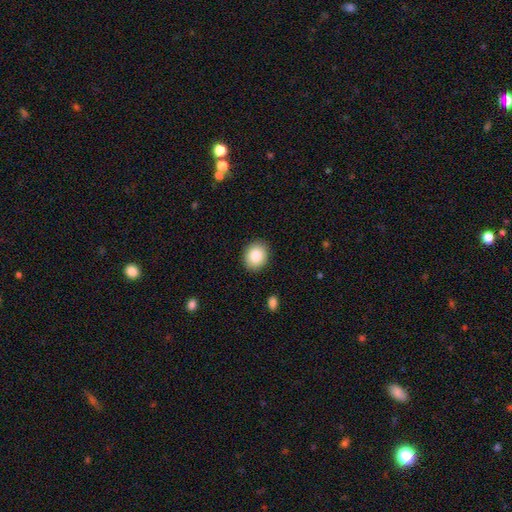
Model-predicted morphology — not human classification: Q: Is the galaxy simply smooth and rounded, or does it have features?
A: smooth — 86%.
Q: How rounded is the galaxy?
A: round — 61%.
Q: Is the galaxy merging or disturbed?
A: none — 89%.